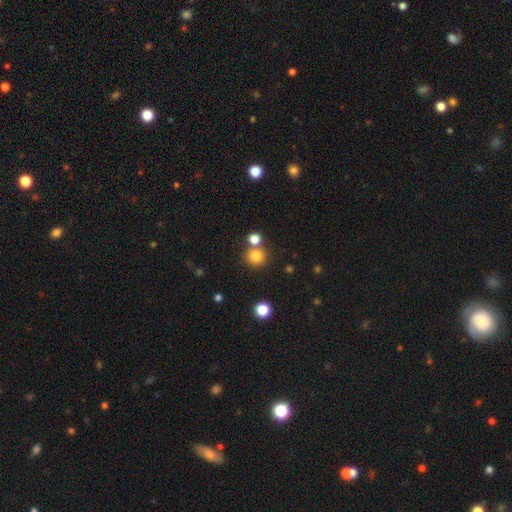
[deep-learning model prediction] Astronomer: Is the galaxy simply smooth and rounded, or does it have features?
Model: smooth — 80%.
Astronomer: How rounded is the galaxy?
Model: round — 91%.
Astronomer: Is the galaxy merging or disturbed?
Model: none — 69%.